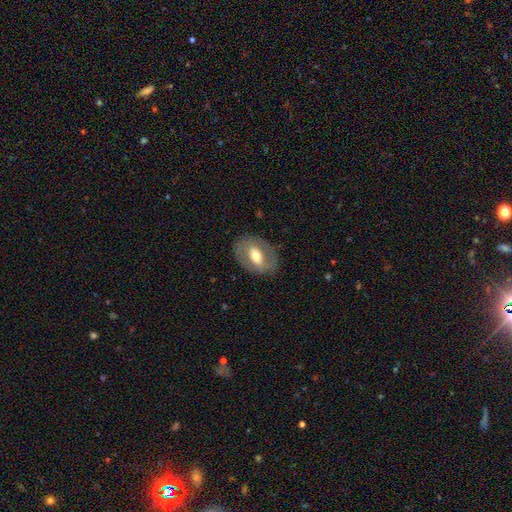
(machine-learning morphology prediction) Smooth or featured: smooth — 48% (featured or disk — 45%)
Merging: none — 80% (minor disturbance — 13%)